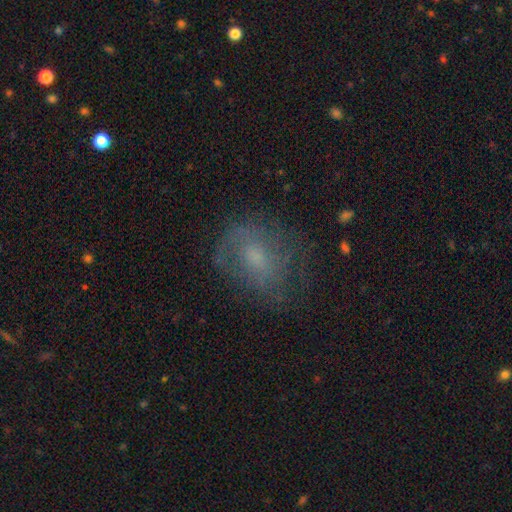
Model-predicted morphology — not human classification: Smooth or featured? featured or disk (47%)
Merging? none (58%)